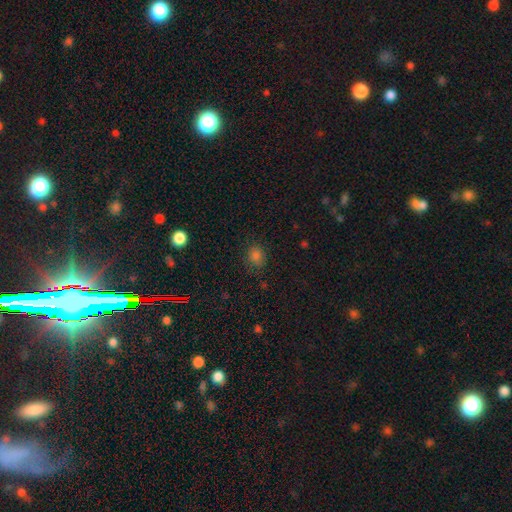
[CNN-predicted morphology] Smooth or featured? smooth (76%)
How rounded? round (64%)
Merging? none (82%)